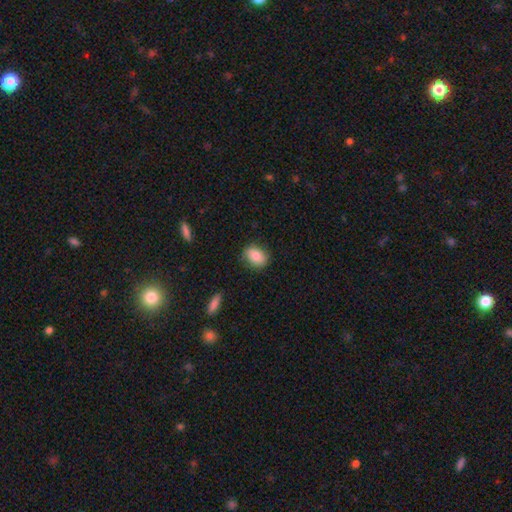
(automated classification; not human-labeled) This appears to be a smooth galaxy with no disk features (84%) that is in between round and cigar-shaped (68%). Merging: none (80%).